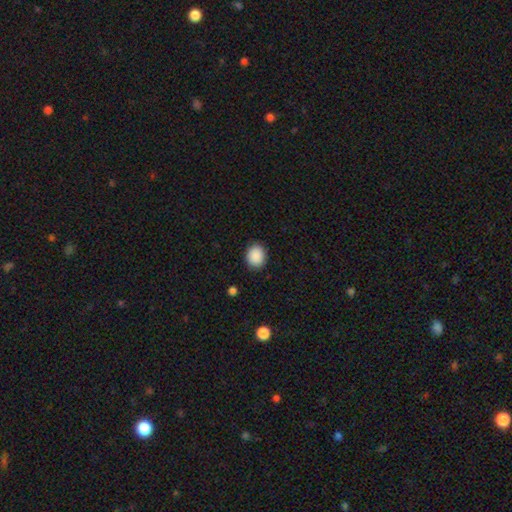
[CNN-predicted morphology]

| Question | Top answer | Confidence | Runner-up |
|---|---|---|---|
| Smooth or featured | smooth | 90% | star or artifact (8%) |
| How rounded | round | 66% | in between (33%) |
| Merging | none | 89% | minor disturbance (8%) |